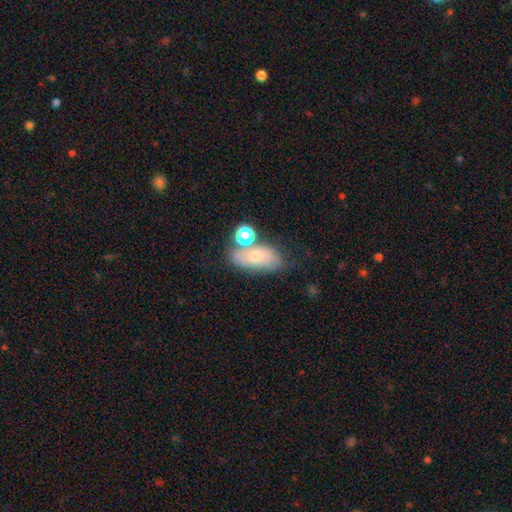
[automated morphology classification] A smooth galaxy with no disk features (58%) that is in between round and cigar-shaped (82%). Merging: none (43%).